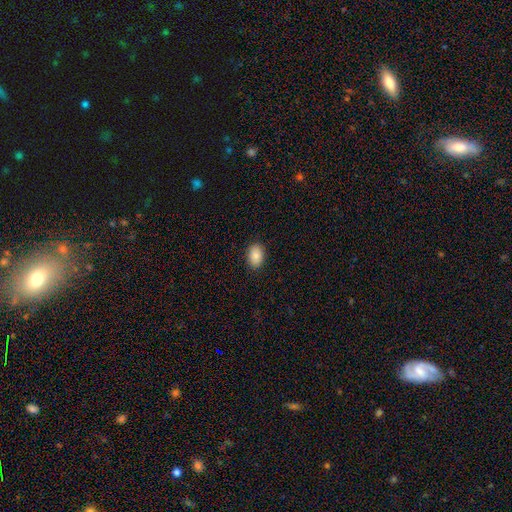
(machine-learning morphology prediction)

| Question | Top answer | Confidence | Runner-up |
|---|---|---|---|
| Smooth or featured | smooth | 86% | star or artifact (7%) |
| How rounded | in between | 89% | round (10%) |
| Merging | none | 89% | minor disturbance (8%) |